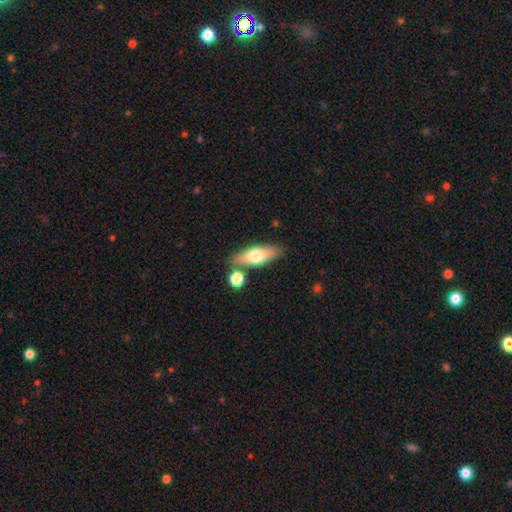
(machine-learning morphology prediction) type=smooth (58%); roundness=in between (57%); merging=none (76%).